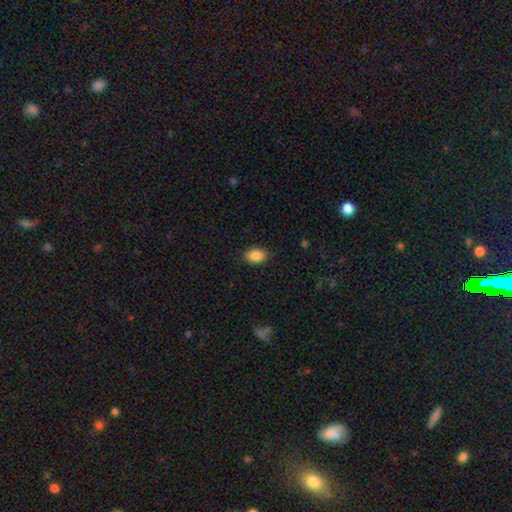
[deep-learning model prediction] This is clearly a smooth galaxy (87%). How rounded: clearly in between (83%). Merging: clearly none (85%).